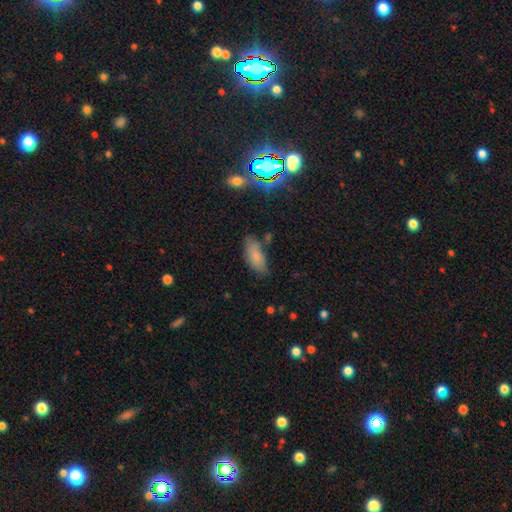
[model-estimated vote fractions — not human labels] smooth_or_featured: smooth (p=0.78) [alt: featured or disk p=0.12]
how_rounded: in between (p=0.86) [alt: cigar-shaped p=0.11]
merging: none (p=0.67) [alt: minor disturbance p=0.23]